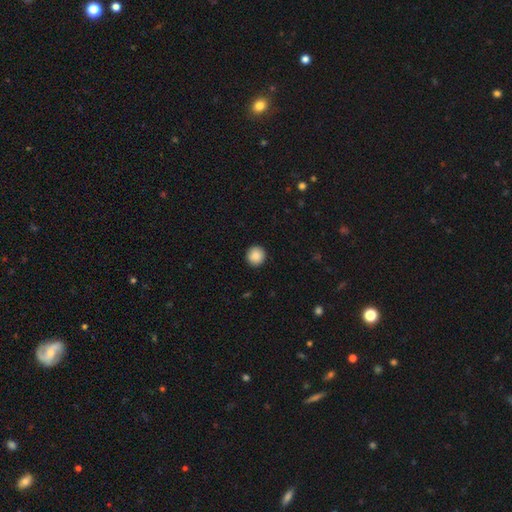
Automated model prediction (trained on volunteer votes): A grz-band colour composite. It shows a smooth galaxy with no disk features (89%) that is round (94%). Merging: none (92%).